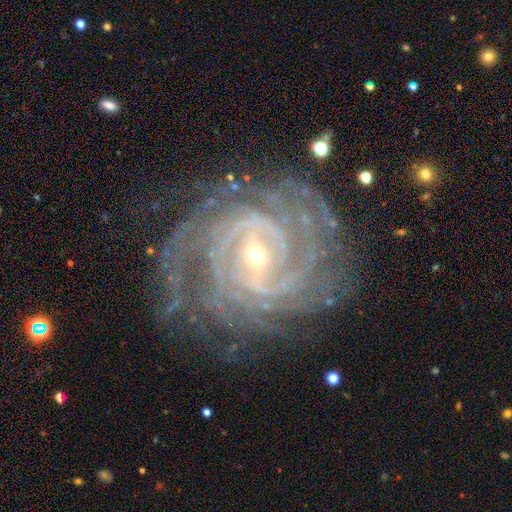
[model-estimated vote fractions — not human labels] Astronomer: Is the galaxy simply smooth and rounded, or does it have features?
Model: featured or disk — 92%.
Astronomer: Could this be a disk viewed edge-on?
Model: no — 97%.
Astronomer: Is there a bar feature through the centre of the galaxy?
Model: weak — 43% (runner-up: strong, 35%).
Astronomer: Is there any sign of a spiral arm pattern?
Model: yes — 98%.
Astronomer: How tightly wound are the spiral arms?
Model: tight — 80%.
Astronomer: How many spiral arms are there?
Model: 4 — 24% (runner-up: can't tell, 19%).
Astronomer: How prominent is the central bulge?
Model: small — 73%.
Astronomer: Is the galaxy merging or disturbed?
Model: none — 77%.